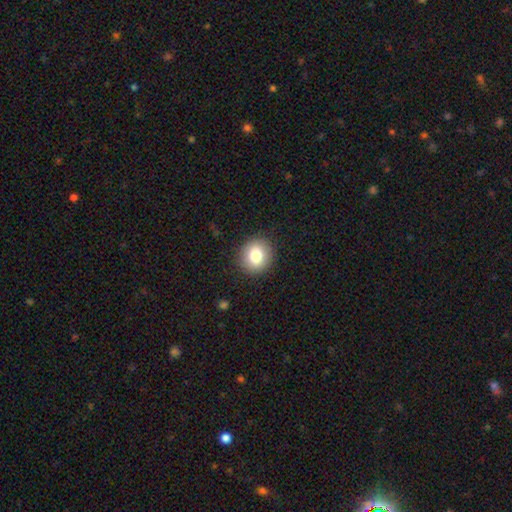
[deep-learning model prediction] Smooth or featured?
  - smooth: 79% *
  - featured or disk: 11%
  - star or artifact: 10%
How rounded?
  - round: 86% *
  - in between: 13%
  - cigar-shaped: 1%
Merging?
  - none: 90% *
  - minor disturbance: 7%
  - major disturbance: 2%
  - merger: 1%